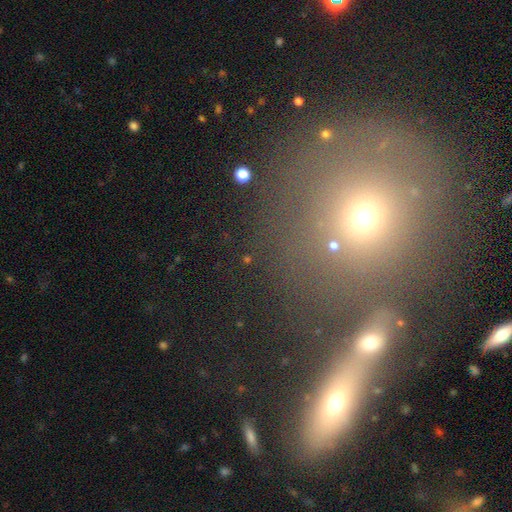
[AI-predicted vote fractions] smooth_or_featured: smooth (p=0.50) [alt: star or artifact p=0.32]
how_rounded: round (p=0.83) [alt: in between p=0.14]
merging: none (p=0.63) [alt: merger p=0.20]